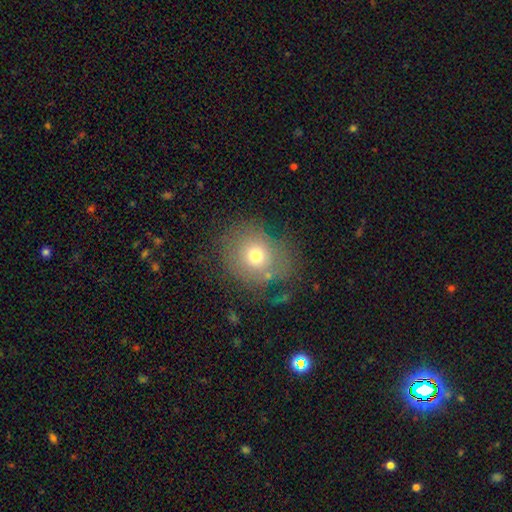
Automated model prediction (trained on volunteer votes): This is likely a smooth galaxy (67%). How rounded: likely round (72%). Merging: likely none (62%).